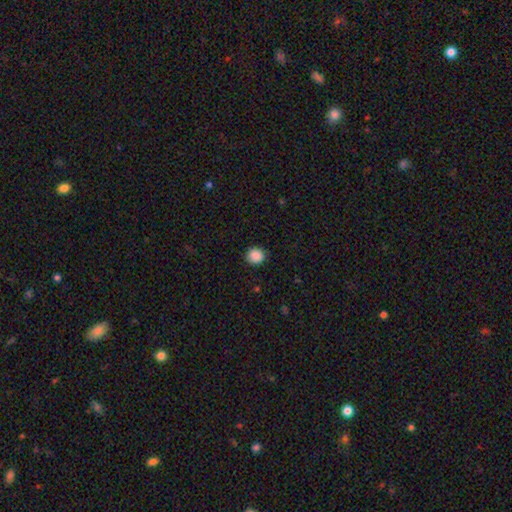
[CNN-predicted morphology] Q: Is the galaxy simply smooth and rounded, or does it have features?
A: smooth — 89%.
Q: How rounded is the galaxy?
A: round — 86%.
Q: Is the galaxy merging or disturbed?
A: none — 89%.